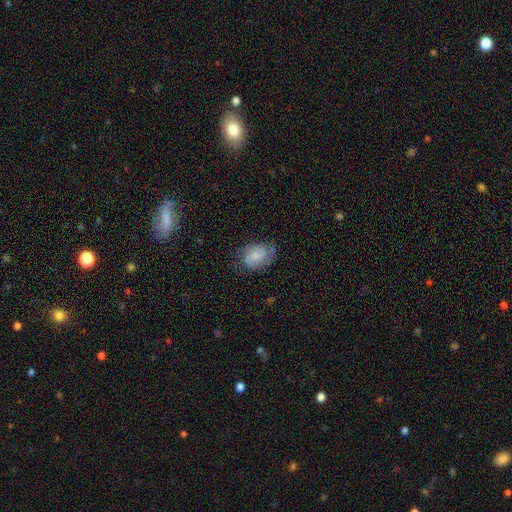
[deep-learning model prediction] smooth-or-featured: smooth: 67% | featured or disk: 26% | star or artifact: 8%
  how-rounded: in between: 75% | round: 24% | cigar-shaped: 1%
  merging: none: 58% | minor disturbance: 29% | major disturbance: 11% | merger: 2%